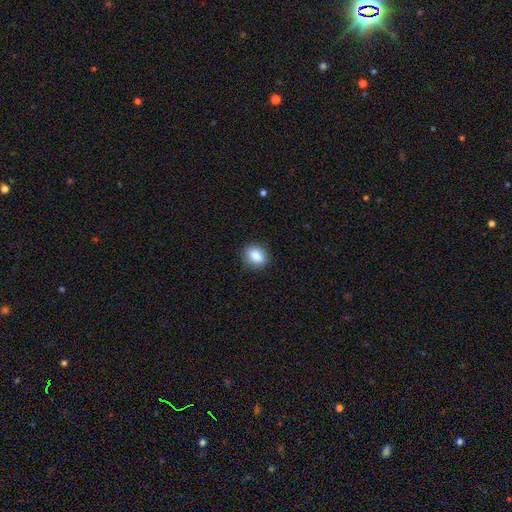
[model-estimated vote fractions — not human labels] smooth_or_featured: smooth (p=0.84) [alt: star or artifact p=0.09]
how_rounded: in between (p=0.53) [alt: round p=0.46]
merging: none (p=0.87) [alt: minor disturbance p=0.10]